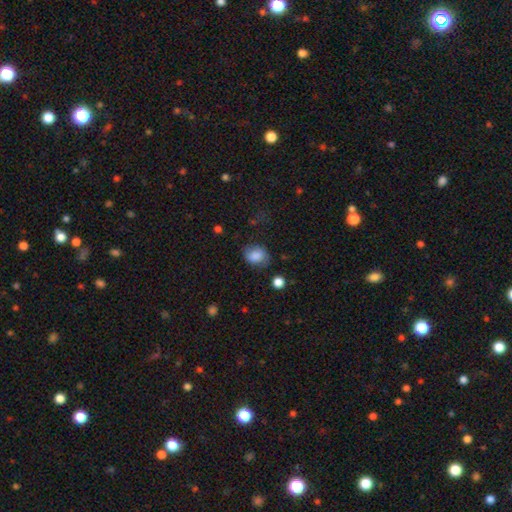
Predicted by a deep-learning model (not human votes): The model was most divided on "how rounded": in between: 50%, round: 49%, cigar-shaped: 1%. More confident: smooth or featured — smooth (79%); merging — none (67%).